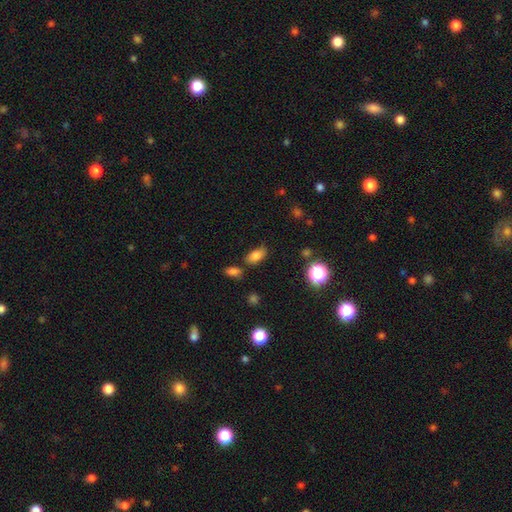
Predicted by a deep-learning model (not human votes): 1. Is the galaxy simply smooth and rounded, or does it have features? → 79% smooth, 12% star or artifact, 9% featured or disk.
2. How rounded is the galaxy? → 89% in between, 7% round, 4% cigar-shaped.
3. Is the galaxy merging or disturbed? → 71% none, 17% minor disturbance, 8% merger, 4% major disturbance.